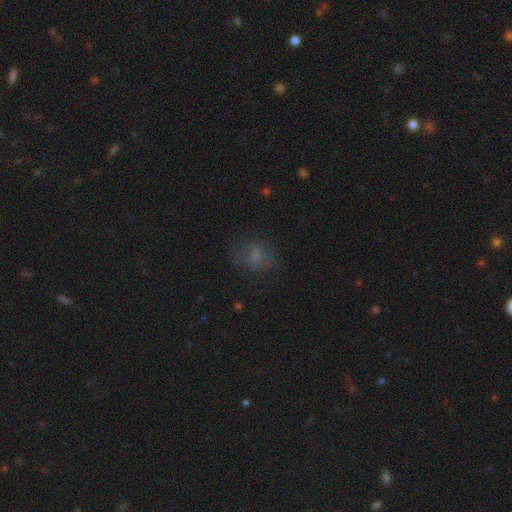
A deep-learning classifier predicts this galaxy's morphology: smooth-or-featured: smooth: 61% | star or artifact: 20% | featured or disk: 19%
  how-rounded: round: 51% | in between: 47% | cigar-shaped: 2%
  merging: none: 66% | minor disturbance: 18% | major disturbance: 15% | merger: 2%